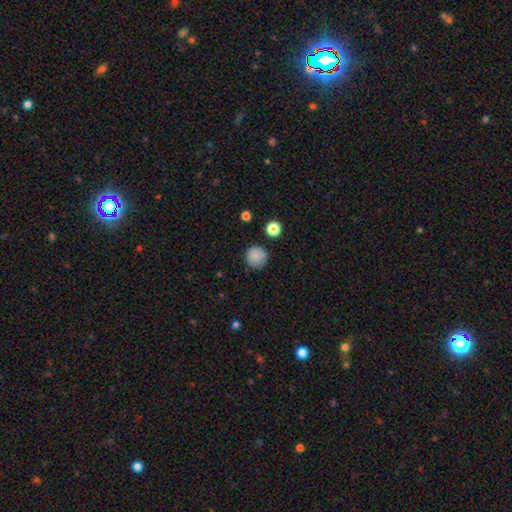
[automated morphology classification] smooth-or-featured: smooth: 86% | star or artifact: 10% | featured or disk: 4%
  how-rounded: round: 95% | in between: 4% | cigar-shaped: 1%
  merging: none: 88% | minor disturbance: 8% | major disturbance: 2% | merger: 2%